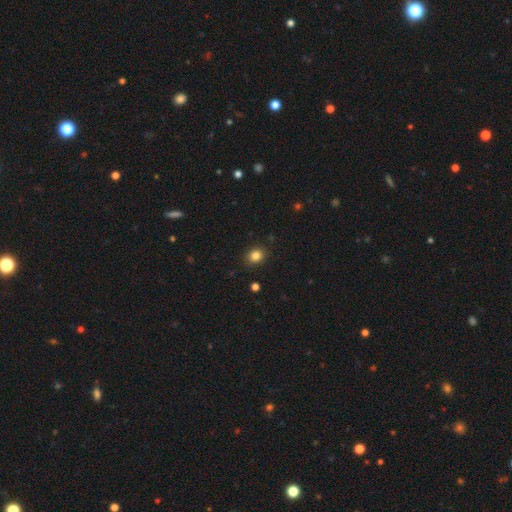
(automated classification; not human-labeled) Smooth or featured? smooth (84%)
How rounded? round (66%)
Merging? none (89%)